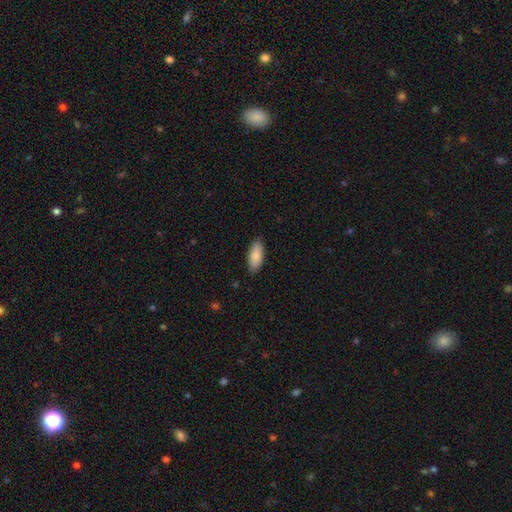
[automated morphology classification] This appears to be a smooth galaxy with no disk features (85%) that is in between round and cigar-shaped (87%). Merging: none (86%).